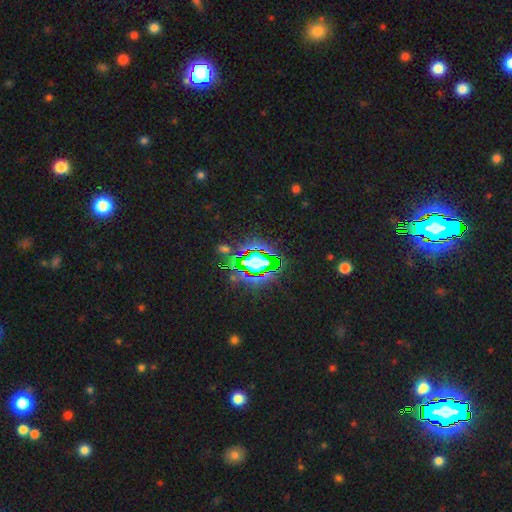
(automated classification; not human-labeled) The model was most divided on "smooth or featured": star or artifact: 82%, smooth: 10%, featured or disk: 7%.